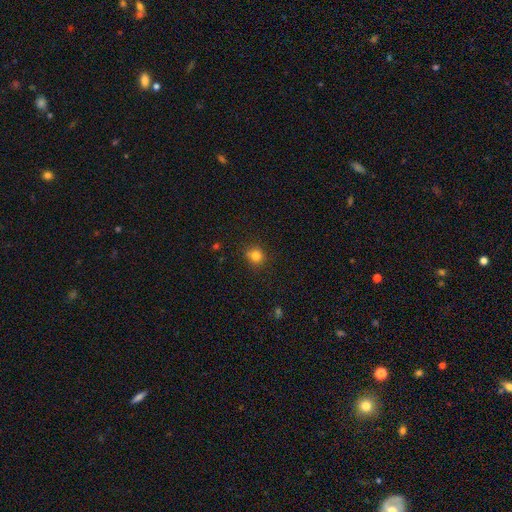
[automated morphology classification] The model was most divided on "smooth or featured": smooth: 81%, star or artifact: 13%, featured or disk: 5%. More confident: how rounded — round (87%); merging — none (82%).